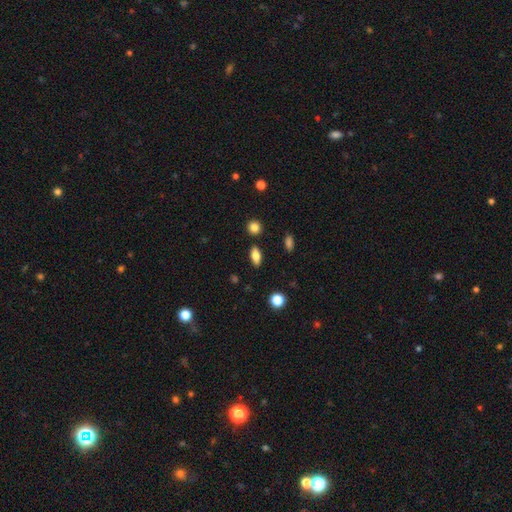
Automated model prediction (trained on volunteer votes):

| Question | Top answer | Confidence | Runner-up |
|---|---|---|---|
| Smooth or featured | smooth | 78% | featured or disk (13%) |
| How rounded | in between | 83% | cigar-shaped (11%) |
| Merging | none | 86% | minor disturbance (9%) |